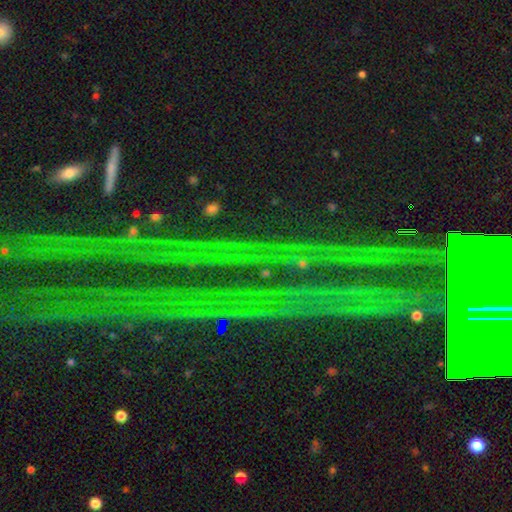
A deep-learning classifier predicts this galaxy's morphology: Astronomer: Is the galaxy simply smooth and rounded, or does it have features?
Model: star or artifact — 84%.